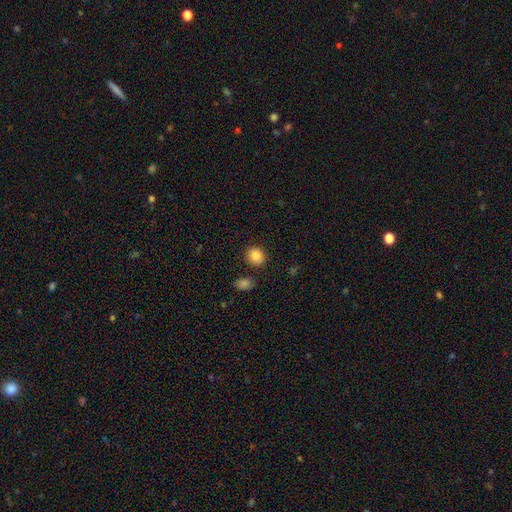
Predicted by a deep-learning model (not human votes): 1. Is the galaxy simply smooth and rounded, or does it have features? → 87% smooth, 9% star or artifact, 4% featured or disk.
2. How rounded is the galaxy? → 79% round, 20% in between, 1% cigar-shaped.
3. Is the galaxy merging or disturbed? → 85% none, 8% minor disturbance, 4% merger, 3% major disturbance.